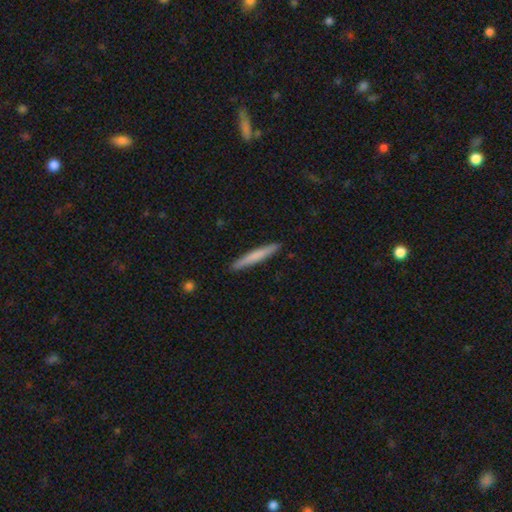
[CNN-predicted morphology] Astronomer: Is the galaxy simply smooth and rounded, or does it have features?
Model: smooth — 69%.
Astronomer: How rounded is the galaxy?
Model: cigar-shaped — 96%.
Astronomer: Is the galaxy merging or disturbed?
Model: none — 91%.